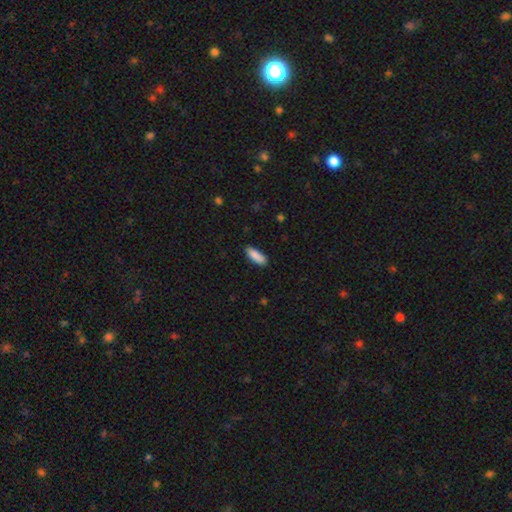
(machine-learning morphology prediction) smooth-or-featured: smooth: 89% | star or artifact: 6% | featured or disk: 5%
  how-rounded: in between: 65% | cigar-shaped: 34% | round: 2%
  merging: none: 87% | minor disturbance: 10% | major disturbance: 2% | merger: 1%